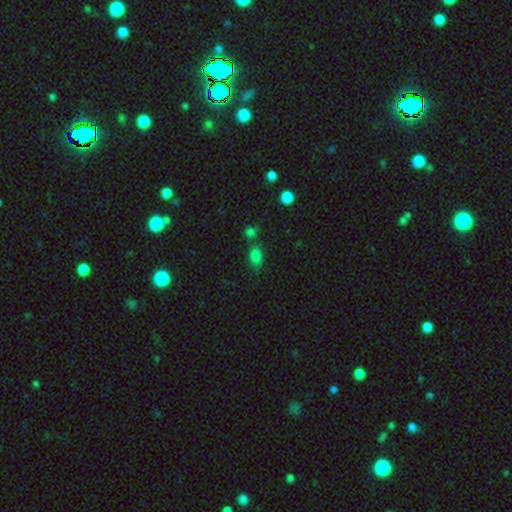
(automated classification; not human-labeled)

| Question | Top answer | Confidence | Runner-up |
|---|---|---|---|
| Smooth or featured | smooth | 79% | star or artifact (16%) |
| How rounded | in between | 82% | round (15%) |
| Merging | none | 61% | merger (17%) |